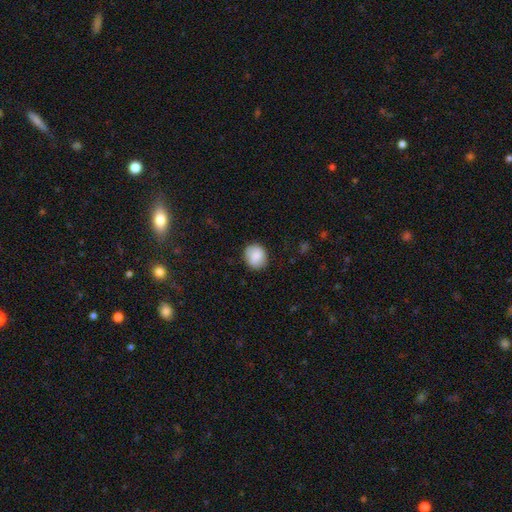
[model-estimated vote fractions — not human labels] smooth 86%, featured or disk 7%, star or artifact 7%. Down the decision tree: how rounded — round (73%); merging — none (85%).